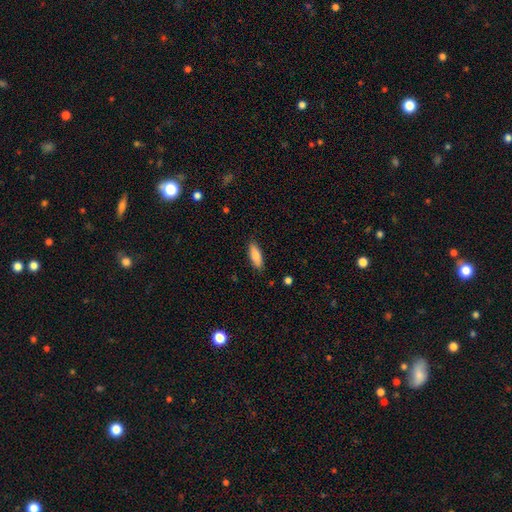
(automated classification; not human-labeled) Q: Smooth or featured?
A: smooth (81%); runner-up: featured or disk (13%)
Q: How rounded?
A: in between (64%); runner-up: cigar-shaped (34%)
Q: Merging?
A: none (86%); runner-up: minor disturbance (11%)